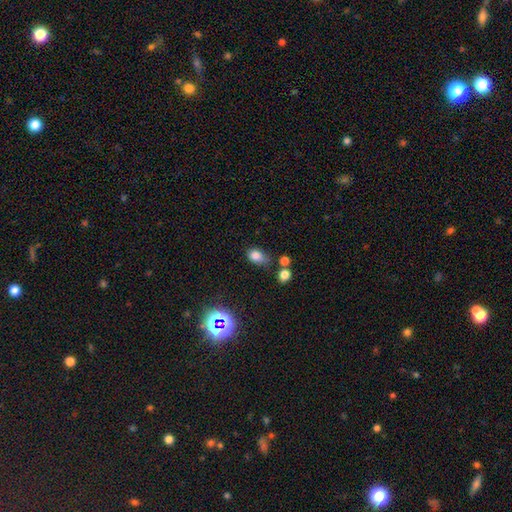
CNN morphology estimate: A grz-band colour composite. It shows a smooth galaxy with no disk features (79%) that is in between round and cigar-shaped (75%). Merging: none (52%).